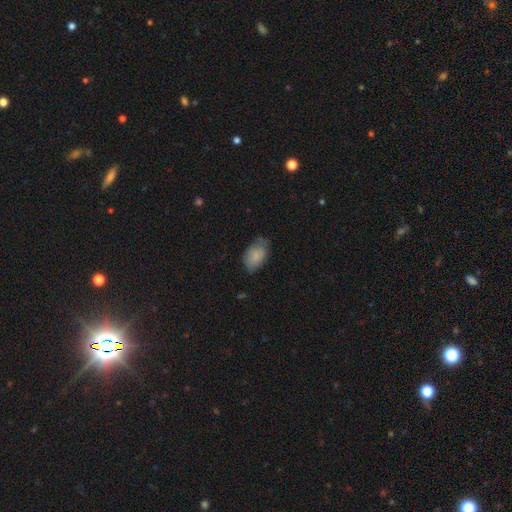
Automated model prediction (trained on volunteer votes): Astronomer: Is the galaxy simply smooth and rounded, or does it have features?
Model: smooth — 81%.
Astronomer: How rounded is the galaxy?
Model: in between — 91%.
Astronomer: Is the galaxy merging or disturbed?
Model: none — 57% (runner-up: minor disturbance, 34%).